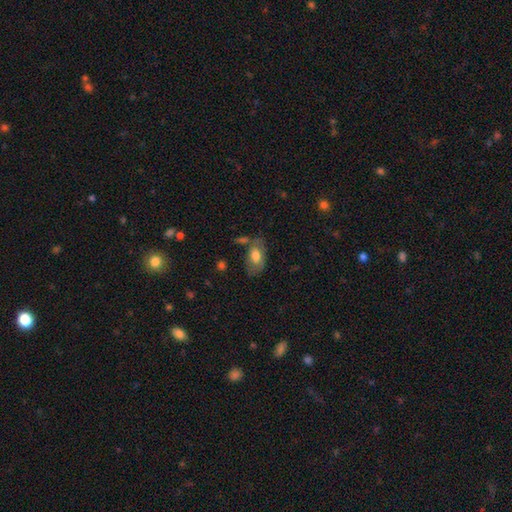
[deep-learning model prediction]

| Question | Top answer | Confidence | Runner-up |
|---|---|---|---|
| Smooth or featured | smooth | 68% | featured or disk (26%) |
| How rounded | in between | 91% | round (6%) |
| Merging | none | 55% | minor disturbance (24%) |